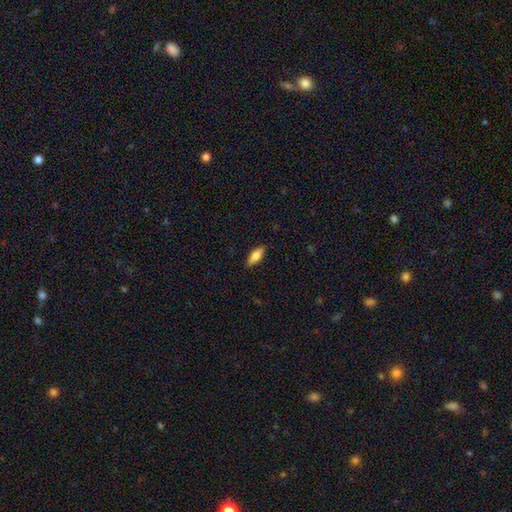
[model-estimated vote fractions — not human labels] Morphology: type=smooth (68%); roundness=in between (63%); merging=none (88%).